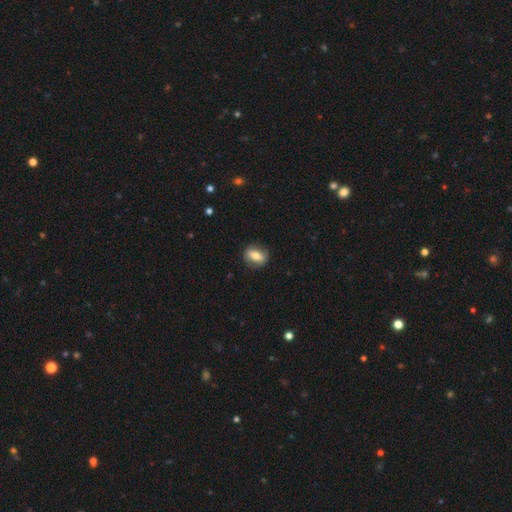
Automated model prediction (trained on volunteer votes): The model was most divided on "how rounded": in between: 65%, round: 31%, cigar-shaped: 4%. More confident: merging — none (81%); smooth or featured — smooth (68%).